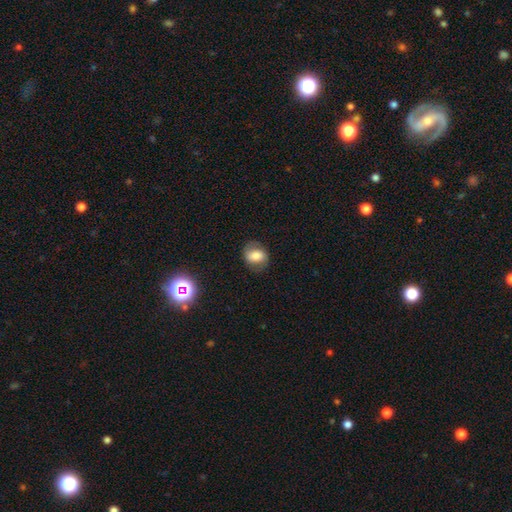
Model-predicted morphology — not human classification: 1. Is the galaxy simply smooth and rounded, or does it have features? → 60% smooth, 30% featured or disk, 10% star or artifact.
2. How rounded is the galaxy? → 53% in between, 46% round, 1% cigar-shaped.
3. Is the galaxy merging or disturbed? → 77% none, 15% minor disturbance, 7% major disturbance, 1% merger.